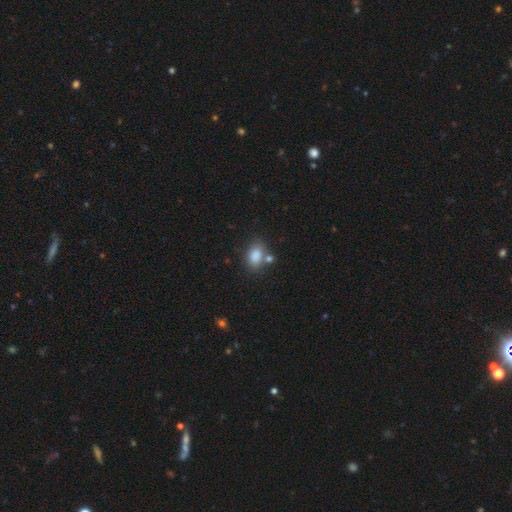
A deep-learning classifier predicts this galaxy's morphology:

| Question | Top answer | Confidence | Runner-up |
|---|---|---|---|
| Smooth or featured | smooth | 85% | star or artifact (9%) |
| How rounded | in between | 80% | round (19%) |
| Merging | none | 64% | merger (17%) |